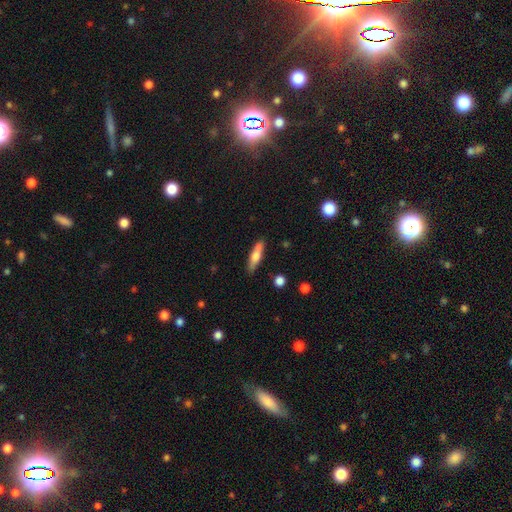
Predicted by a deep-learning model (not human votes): This is possibly a smooth galaxy (57%). How rounded: likely cigar-shaped (72%). Merging: likely none (73%).